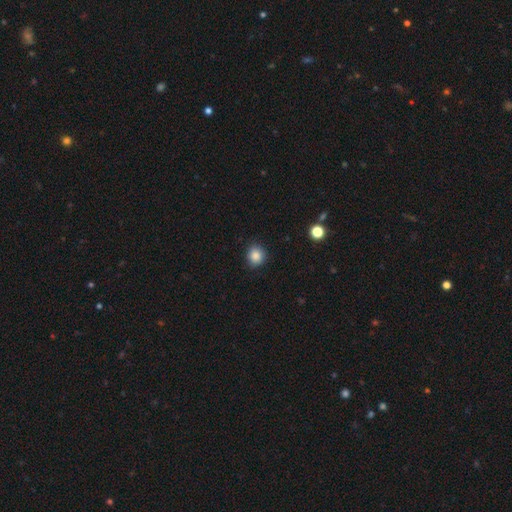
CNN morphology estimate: A smooth galaxy with no disk features (86%) that is round (83%). Merging: none (87%).